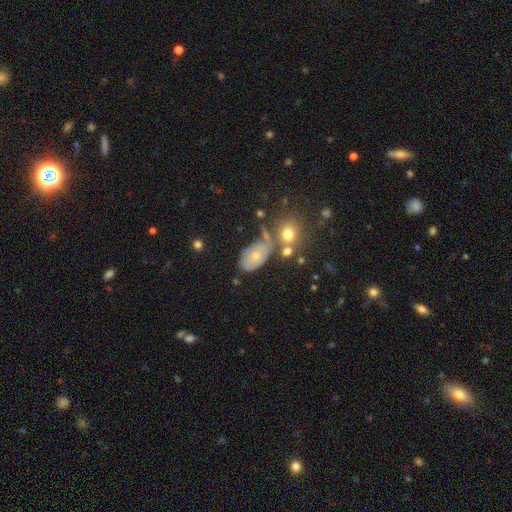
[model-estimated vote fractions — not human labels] Smooth or featured? smooth (56%)
How rounded? in between (87%)
Merging? none (39%)